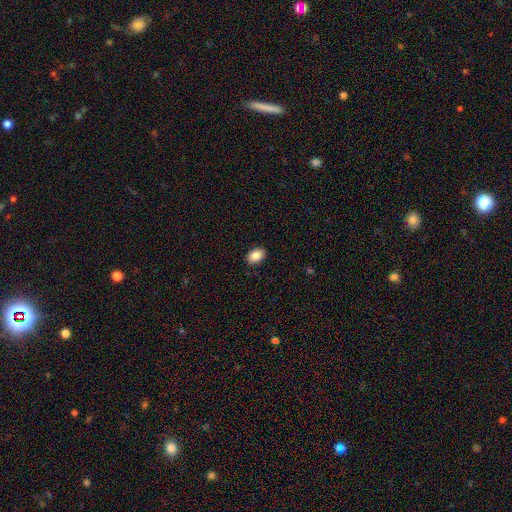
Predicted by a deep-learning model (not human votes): smooth-or-featured: smooth: 87% | star or artifact: 8% | featured or disk: 5%
  how-rounded: in between: 82% | round: 17% | cigar-shaped: 1%
  merging: none: 89% | minor disturbance: 8% | major disturbance: 2% | merger: 1%